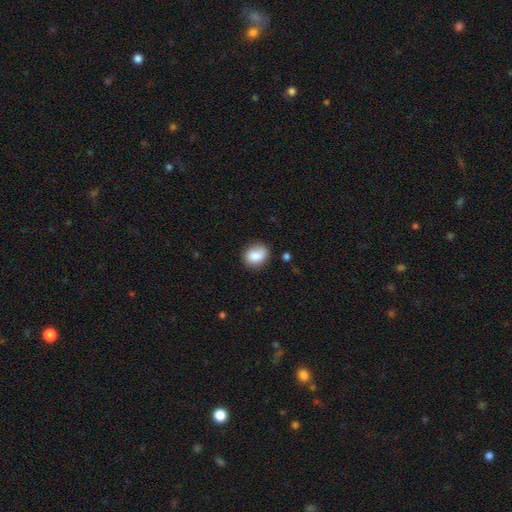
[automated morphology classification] Smooth or featured? Predicted: smooth (p=0.84). How rounded? Predicted: round (p=0.52). Merging? Predicted: none (p=0.72).